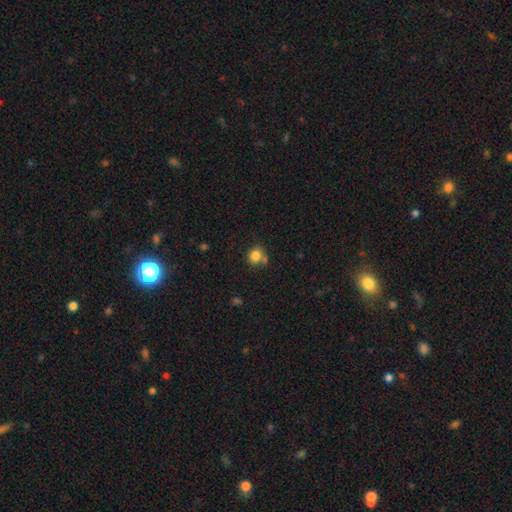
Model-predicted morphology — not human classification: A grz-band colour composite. It shows a smooth galaxy with no disk features (83%) that is round (75%). Merging: none (62%).